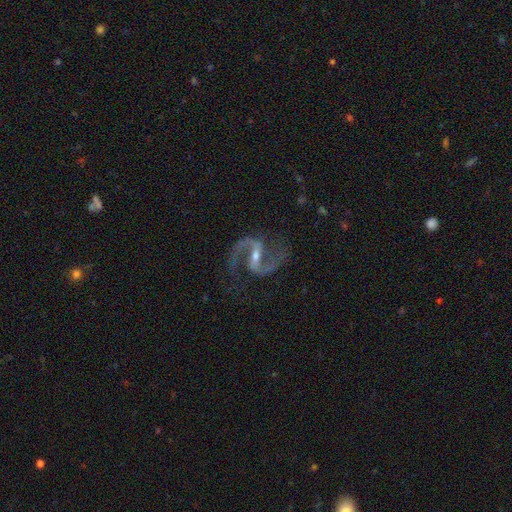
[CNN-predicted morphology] A featured or disk galaxy (93%) with a strong bar (53%), 2 (94%) medium (59%) spiral arms (98%) and a small central bulge (49%).

Vote fractions:
- Smooth or featured? featured or disk: 93% / star or artifact: 4% / smooth: 2%
- Edge-on disk? no: 98% / yes: 2%
- Bar? strong: 53% / weak: 36% / no: 12%
- Spiral arms? yes: 98% / no: 2%
- Spiral winding? medium: 59% / loose: 32% / tight: 9%
- Spiral arm count? 2: 94% / 1: 1% / can't tell: 1% / 3: 1% / 4: 1% / more than 4: 1%
- Bulge size? small: 49% / moderate: 45% / none: 3% / large: 2% / dominant: 1%
- Merging? none: 79% / minor disturbance: 13% / major disturbance: 7% / merger: 2%